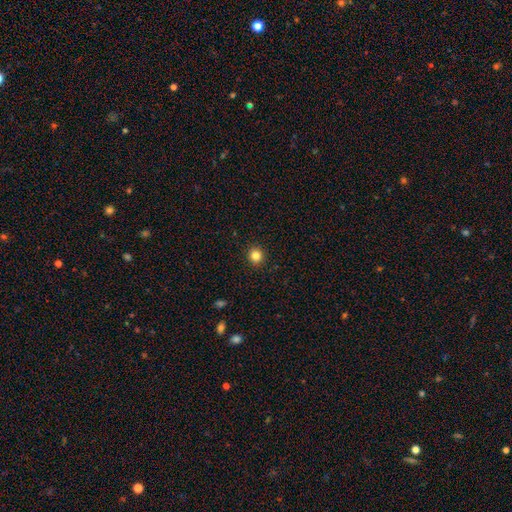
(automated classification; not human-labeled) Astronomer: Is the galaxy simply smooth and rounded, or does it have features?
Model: smooth — 84%.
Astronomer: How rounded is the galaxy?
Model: round — 92%.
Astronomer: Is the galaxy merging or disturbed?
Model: none — 93%.